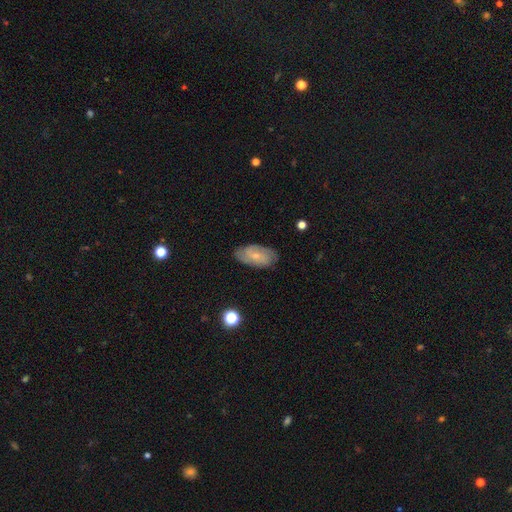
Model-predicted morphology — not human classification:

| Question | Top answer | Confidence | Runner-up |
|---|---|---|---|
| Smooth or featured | featured or disk | 57% | smooth (36%) |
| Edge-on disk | no | 93% | yes (7%) |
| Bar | no | 62% | weak (32%) |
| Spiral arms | yes | 84% | no (16%) |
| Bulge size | small | 68% | moderate (26%) |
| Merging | none | 80% | minor disturbance (16%) |